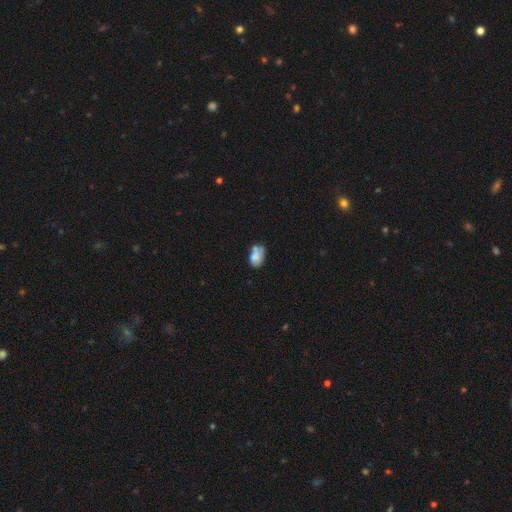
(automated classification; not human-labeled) Smooth or featured: smooth — 59% (featured or disk — 31%)
How rounded: in between — 85% (round — 13%)
Merging: none — 34% (minor disturbance — 26%)